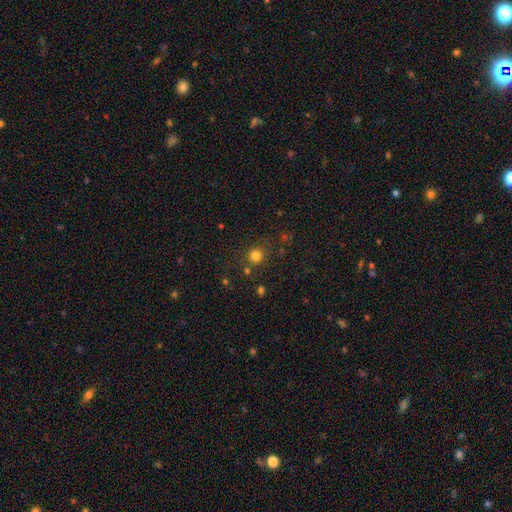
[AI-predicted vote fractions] smooth 79%, star or artifact 16%, featured or disk 5%. Down the decision tree: how rounded — round (90%); merging — none (79%).